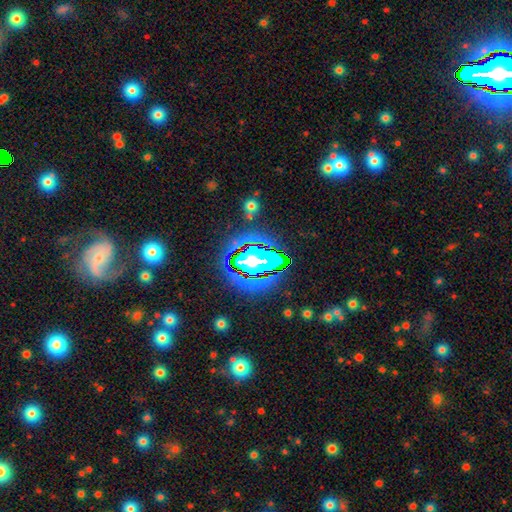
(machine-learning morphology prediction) This is likely a star or artifact rather than a galaxy (69%).